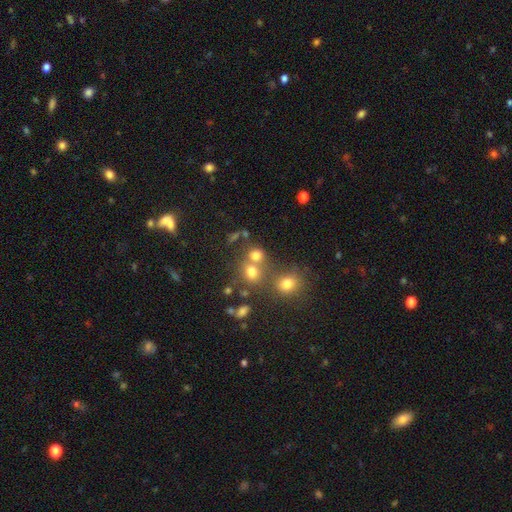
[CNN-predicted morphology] This is likely a smooth galaxy (72%). How rounded: likely round (76%). Merging: possibly none (49%).